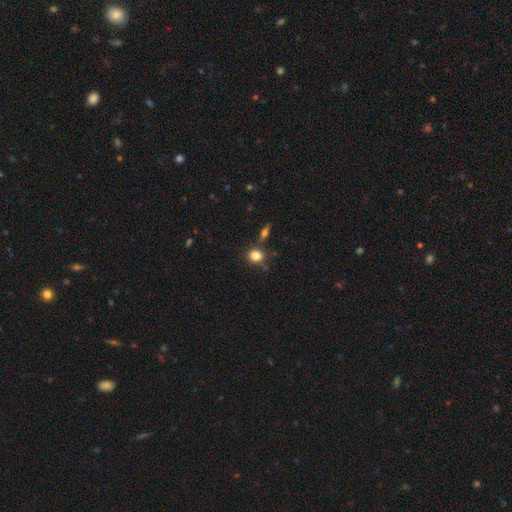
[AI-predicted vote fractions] This is clearly a smooth galaxy (83%). How rounded: possibly round (57%). Merging: likely none (74%).